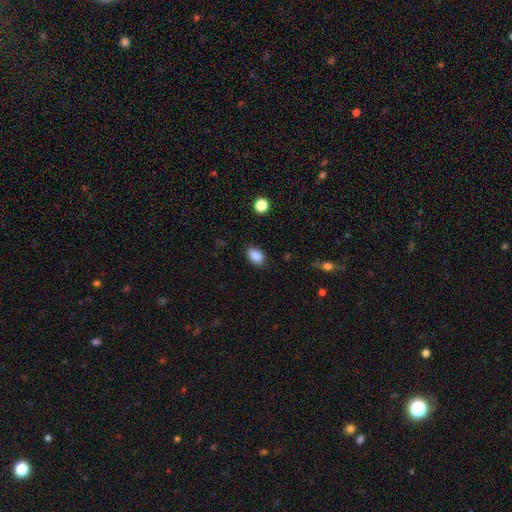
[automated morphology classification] Smooth or featured?
  - smooth: 88% *
  - star or artifact: 9%
  - featured or disk: 3%
How rounded?
  - in between: 86% *
  - round: 13%
  - cigar-shaped: 1%
Merging?
  - none: 83% *
  - minor disturbance: 13%
  - major disturbance: 3%
  - merger: 1%